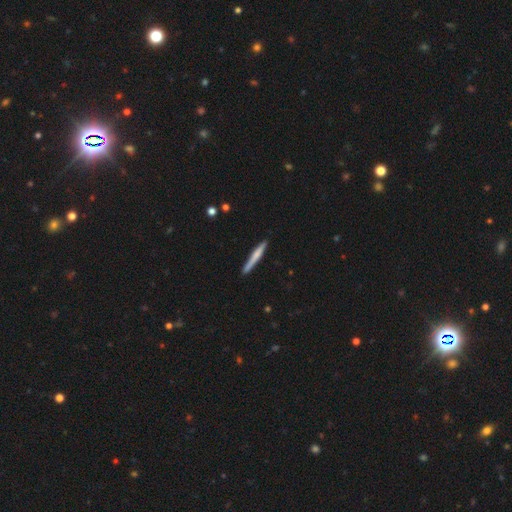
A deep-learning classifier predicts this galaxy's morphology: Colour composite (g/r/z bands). It shows a smooth galaxy with no disk features (55%) that is cigar-shaped (96%). Merging: none (87%).